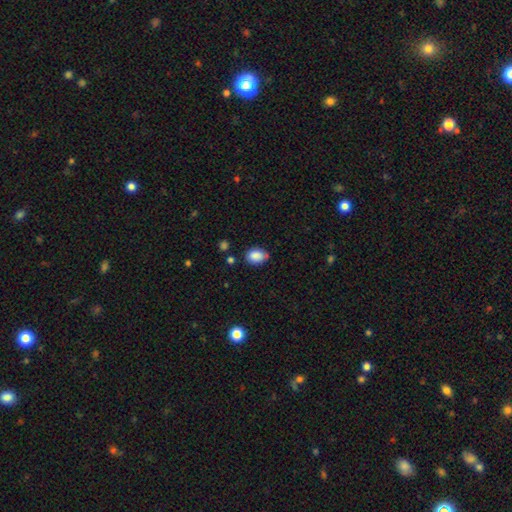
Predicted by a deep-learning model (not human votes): A smooth galaxy with no disk features (87%) that is in between round and cigar-shaped (77%).

Vote fractions:
- Smooth or featured? smooth: 87% / star or artifact: 8% / featured or disk: 5%
- How rounded? in between: 77% / round: 22% / cigar-shaped: 1%
- Merging? none: 69% / minor disturbance: 23% / major disturbance: 4% / merger: 4%